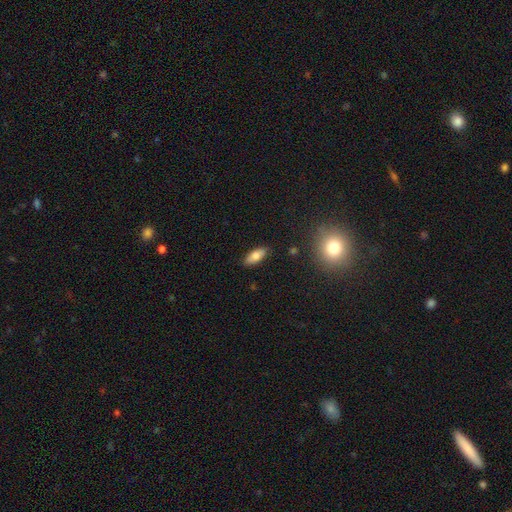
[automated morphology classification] smooth 77%, featured or disk 15%, star or artifact 8%. Down the decision tree: how rounded — in between (83%); merging — none (86%).